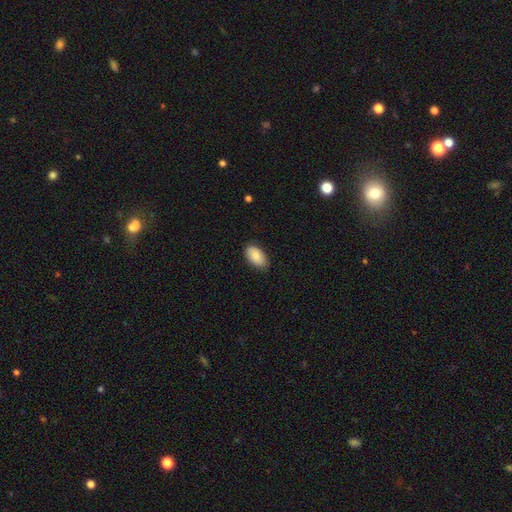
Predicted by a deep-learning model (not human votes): Overall: smooth (87%). How rounded: in between (95%). Merging: none (83%).